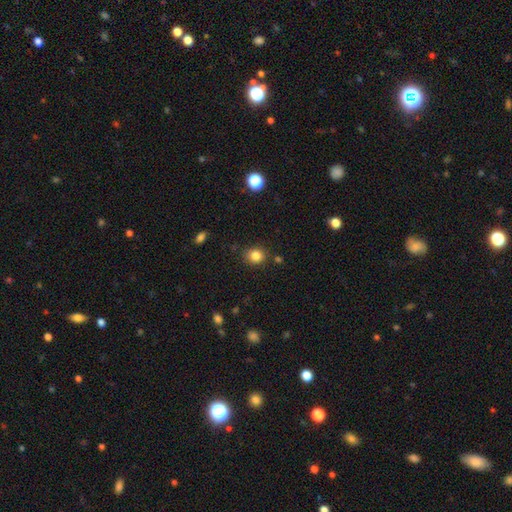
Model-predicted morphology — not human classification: smooth-or-featured: smooth: 83% | star or artifact: 11% | featured or disk: 6%
  how-rounded: round: 75% | in between: 24% | cigar-shaped: 1%
  merging: none: 84% | minor disturbance: 10% | merger: 3% | major disturbance: 3%